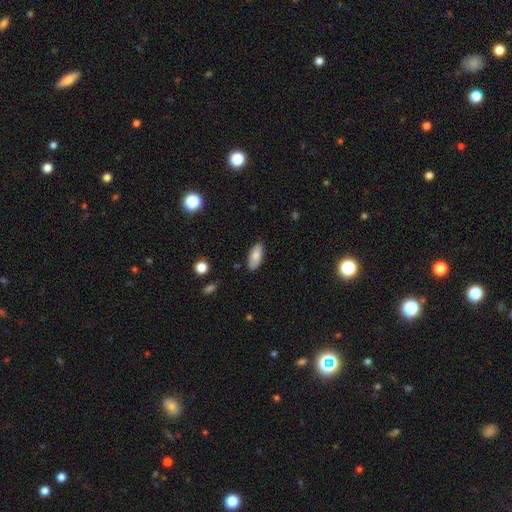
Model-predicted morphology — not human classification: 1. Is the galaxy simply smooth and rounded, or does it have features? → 81% smooth, 12% featured or disk, 7% star or artifact.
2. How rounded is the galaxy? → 89% in between, 9% cigar-shaped, 2% round.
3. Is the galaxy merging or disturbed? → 84% none, 12% minor disturbance, 2% major disturbance, 1% merger.